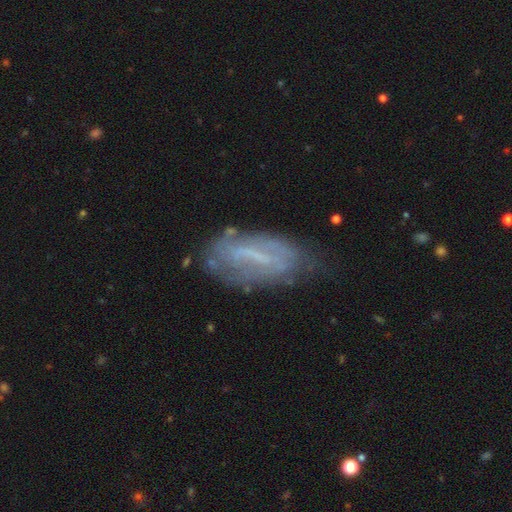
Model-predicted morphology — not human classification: Overall: featured or disk (59%; smooth 30%). Edge-on disk: no (86%). Bar: strong (40%; weak 38%). Spiral arms: no (51%; yes 49%). Bulge size: none (46%; small 36%). Merging: none (61%; minor disturbance 25%).